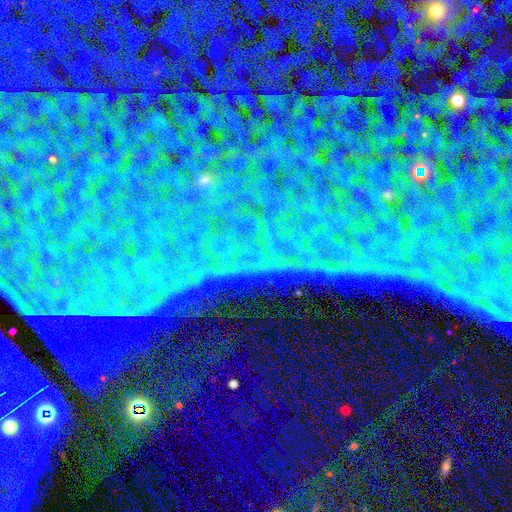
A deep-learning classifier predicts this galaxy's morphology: This appears to be a star or artifact, not a galaxy (84%).